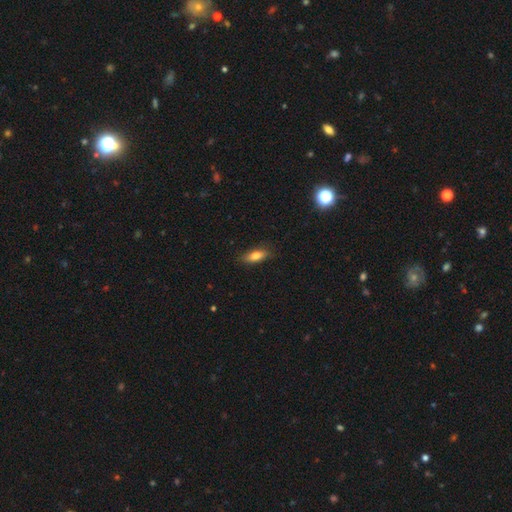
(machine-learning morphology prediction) A smooth galaxy with no disk features (79%) that is in between round and cigar-shaped (71%).

Vote fractions:
- Smooth or featured? smooth: 79% / featured or disk: 14% / star or artifact: 8%
- How rounded? in between: 71% / cigar-shaped: 26% / round: 3%
- Merging? none: 83% / minor disturbance: 14% / major disturbance: 3% / merger: 1%